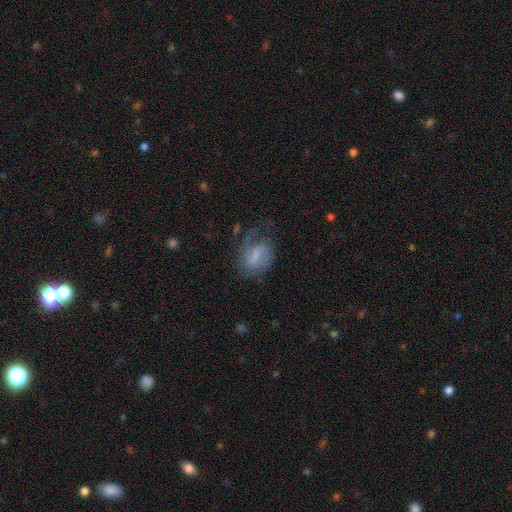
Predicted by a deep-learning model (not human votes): This appears to be a featured or disk galaxy (60%) with a weak bar (54%), spiral arms (83%) and a small central bulge (45%). Merging: none (40%).